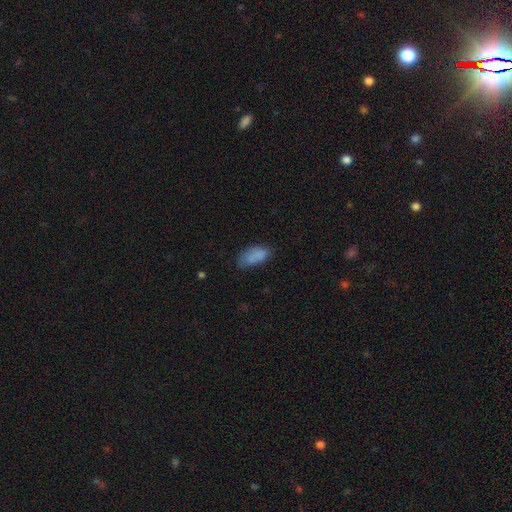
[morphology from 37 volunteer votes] This appears to be a smooth galaxy with no disk features (84%) that is in between round and cigar-shaped (90%). Merging: none (57%).